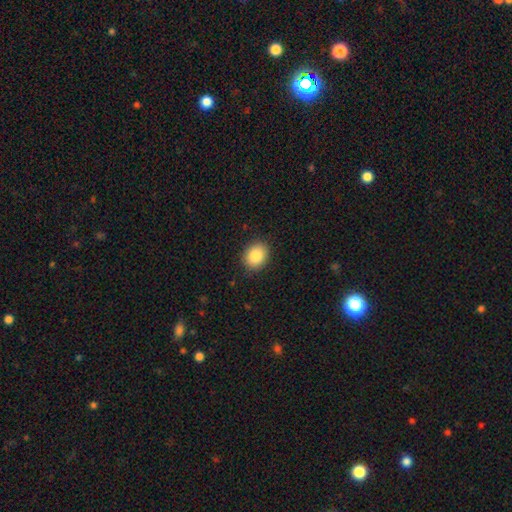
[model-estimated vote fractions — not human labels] The model was most divided on "how rounded": round: 51%, in between: 48%, cigar-shaped: 1%. More confident: merging — none (89%); smooth or featured — smooth (86%).